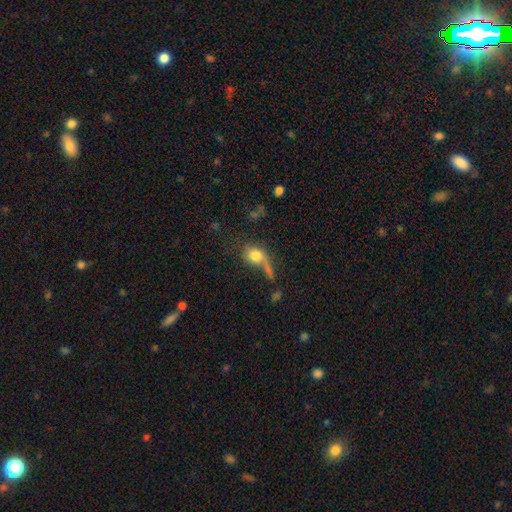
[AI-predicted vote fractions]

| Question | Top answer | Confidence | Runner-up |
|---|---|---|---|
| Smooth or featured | smooth | 72% | featured or disk (17%) |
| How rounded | round | 55% | in between (41%) |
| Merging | none | 35% | major disturbance (26%) |